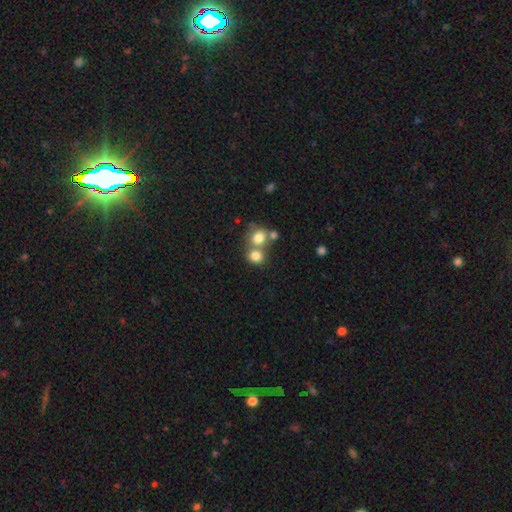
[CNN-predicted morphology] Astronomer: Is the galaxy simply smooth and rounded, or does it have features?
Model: smooth — 78%.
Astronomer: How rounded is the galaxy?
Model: round — 73%.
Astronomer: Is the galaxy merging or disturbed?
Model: merger — 46% (runner-up: none, 43%).